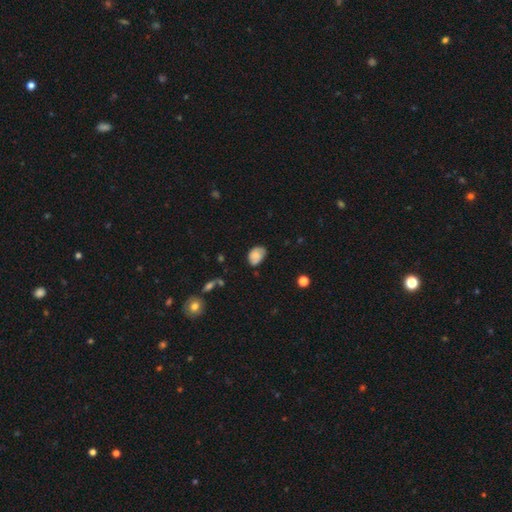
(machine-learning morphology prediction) Smooth or featured?
  - smooth: 72% *
  - featured or disk: 19%
  - star or artifact: 9%
How rounded?
  - in between: 74% *
  - round: 25%
  - cigar-shaped: 1%
Merging?
  - none: 59% *
  - minor disturbance: 32%
  - major disturbance: 6%
  - merger: 2%